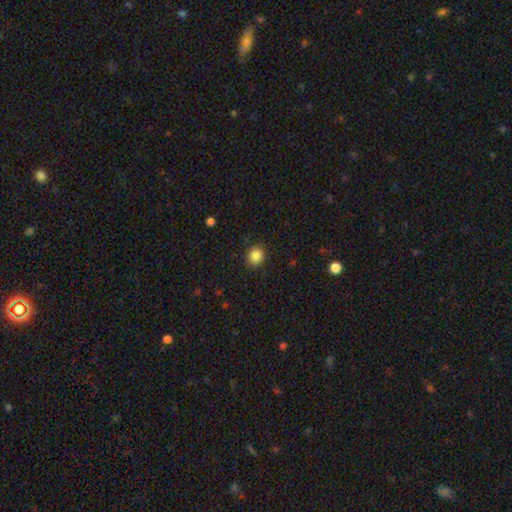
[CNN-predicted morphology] The model was most divided on "how rounded": round: 79%, in between: 20%, cigar-shaped: 1%. More confident: merging — none (90%); smooth or featured — smooth (86%).